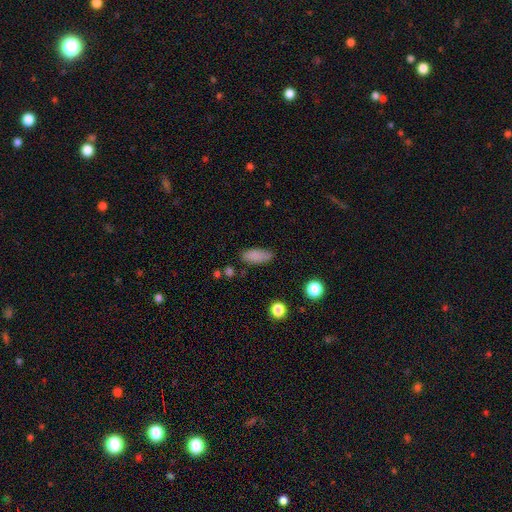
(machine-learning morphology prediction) smooth_or_featured: smooth (p=0.85) [alt: star or artifact p=0.08]
how_rounded: in between (p=0.83) [alt: cigar-shaped p=0.14]
merging: none (p=0.78) [alt: minor disturbance p=0.16]